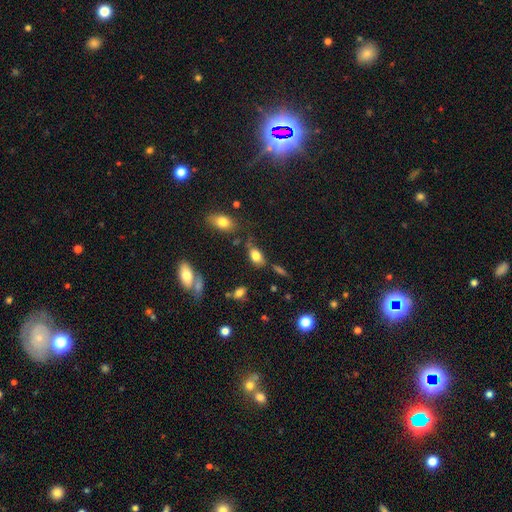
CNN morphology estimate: smooth-or-featured: smooth: 79% | featured or disk: 11% | star or artifact: 9%
  how-rounded: in between: 88% | round: 9% | cigar-shaped: 3%
  merging: none: 58% | minor disturbance: 25% | major disturbance: 9% | merger: 8%